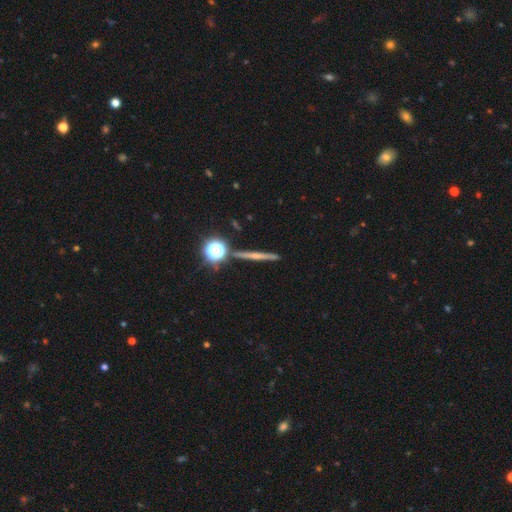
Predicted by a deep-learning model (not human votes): This is possibly a featured or disk galaxy (53%). It is clearly viewed edge-on (96%). Edge-on bulge: possibly none (52%). Merging: clearly none (90%).